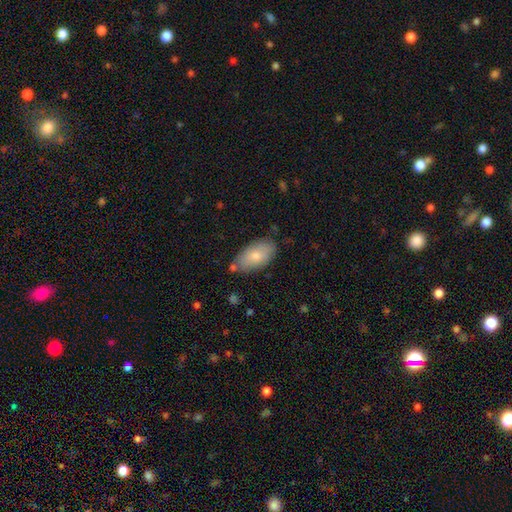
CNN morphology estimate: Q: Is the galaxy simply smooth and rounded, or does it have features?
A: smooth — 76%.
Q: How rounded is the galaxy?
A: in between — 93%.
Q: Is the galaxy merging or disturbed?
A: none — 74%.